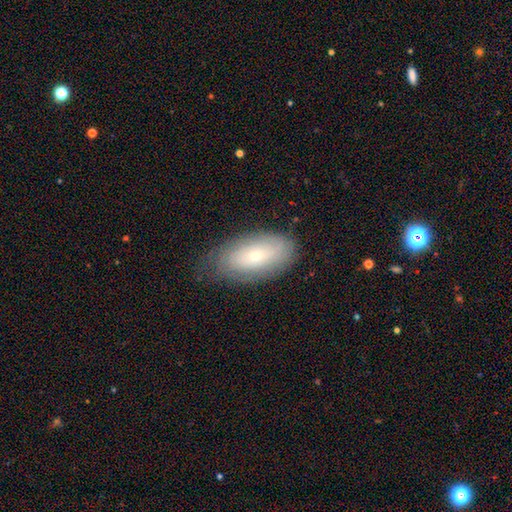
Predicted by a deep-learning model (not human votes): Overall: smooth (55%; featured or disk 37%). How rounded: in between (92%). Merging: none (71%).